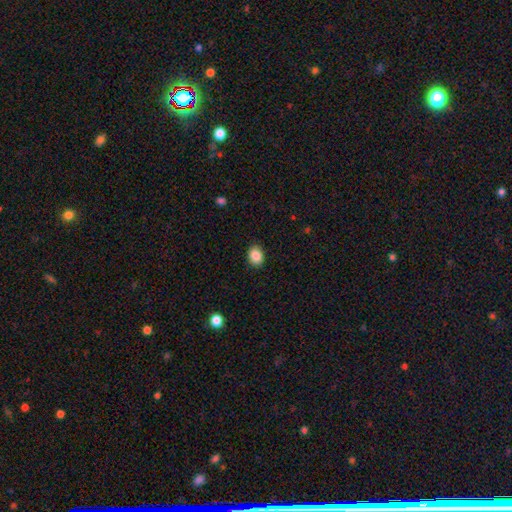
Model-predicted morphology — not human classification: Q: Smooth or featured?
A: smooth (88%); runner-up: star or artifact (9%)
Q: How rounded?
A: in between (60%); runner-up: round (39%)
Q: Merging?
A: none (88%); runner-up: minor disturbance (9%)